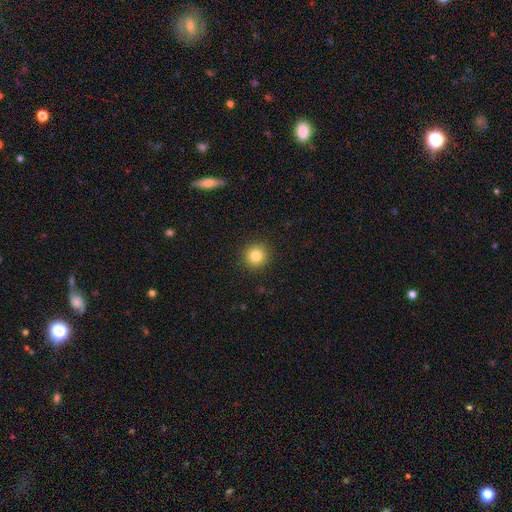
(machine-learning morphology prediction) Overall: smooth (82%). How rounded: round (94%). Merging: none (92%).